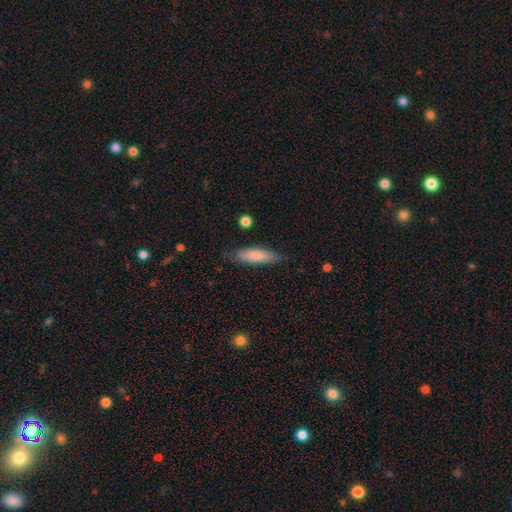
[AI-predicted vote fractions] Smooth or featured: smooth — 78% (featured or disk — 16%)
How rounded: cigar-shaped — 67% (in between — 32%)
Merging: none — 81% (minor disturbance — 14%)